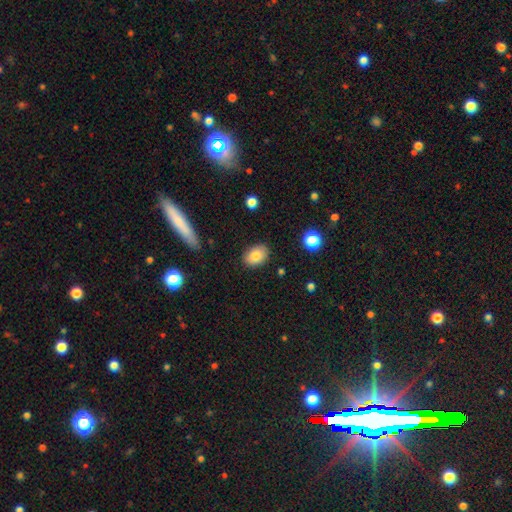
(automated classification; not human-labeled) The model was most divided on "how rounded": in between: 81%, round: 18%, cigar-shaped: 1%. More confident: merging — none (84%); smooth or featured — smooth (82%).